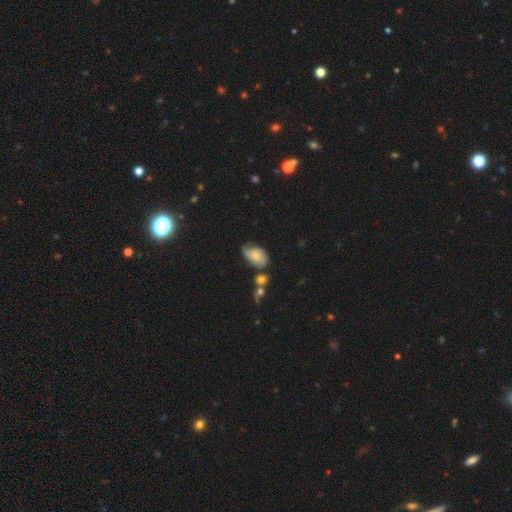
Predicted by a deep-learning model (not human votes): smooth-or-featured: smooth: 59% | featured or disk: 32% | star or artifact: 8%
  how-rounded: in between: 89% | round: 9% | cigar-shaped: 2%
  merging: none: 43% | minor disturbance: 34% | merger: 12% | major disturbance: 12%